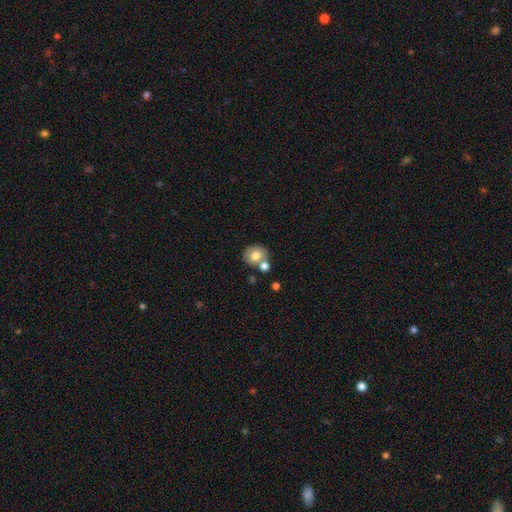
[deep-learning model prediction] This is likely a smooth galaxy (73%). How rounded: likely round (68%). Merging: possibly none (56%).